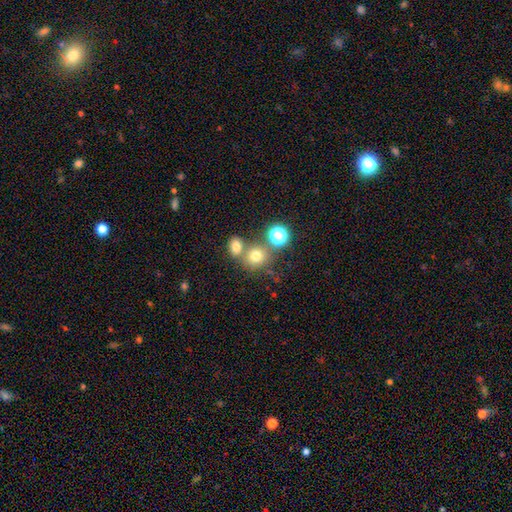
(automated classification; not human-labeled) The model was most divided on "merging": none: 58%, merger: 29%, minor disturbance: 9%, major disturbance: 4%. More confident: how rounded — round (81%); smooth or featured — smooth (72%).